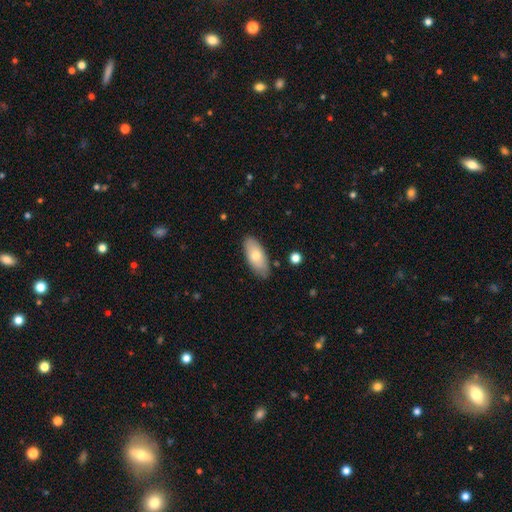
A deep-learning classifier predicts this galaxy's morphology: Overall: smooth (72%). How rounded: in between (87%). Merging: none (83%).